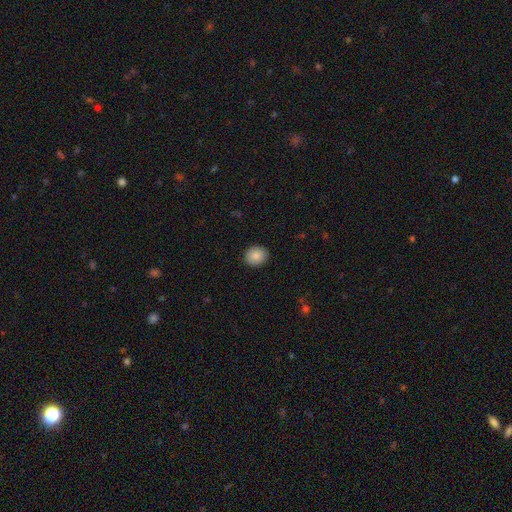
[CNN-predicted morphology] Overall: smooth (88%). How rounded: round (70%). Merging: none (91%).